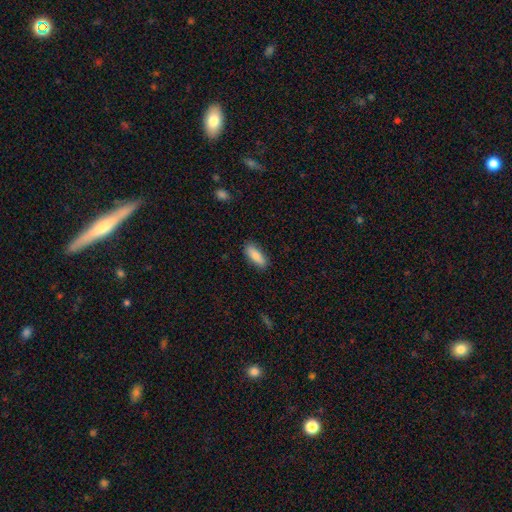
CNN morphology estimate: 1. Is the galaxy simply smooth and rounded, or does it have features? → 84% smooth, 10% featured or disk, 6% star or artifact.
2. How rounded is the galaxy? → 67% in between, 31% cigar-shaped, 2% round.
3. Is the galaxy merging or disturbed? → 87% none, 10% minor disturbance, 2% major disturbance, 1% merger.